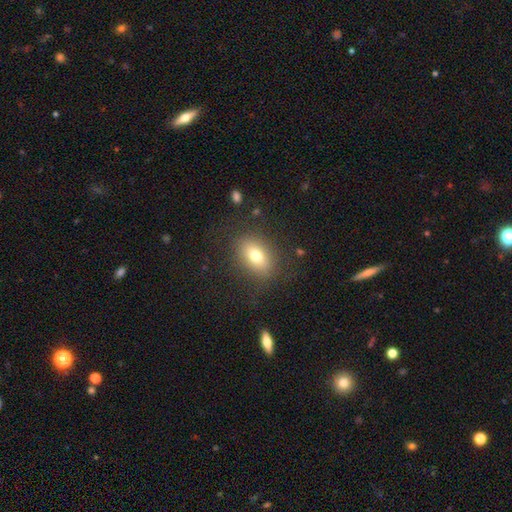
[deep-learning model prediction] This is likely a smooth galaxy (73%). How rounded: likely in between (80%). Merging: clearly none (81%).